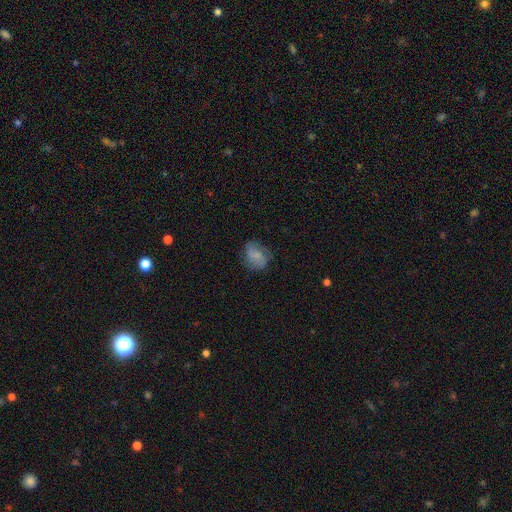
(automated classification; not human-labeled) Overall: smooth (62%; featured or disk 29%). How rounded: round (51%; in between 48%). Merging: none (65%).